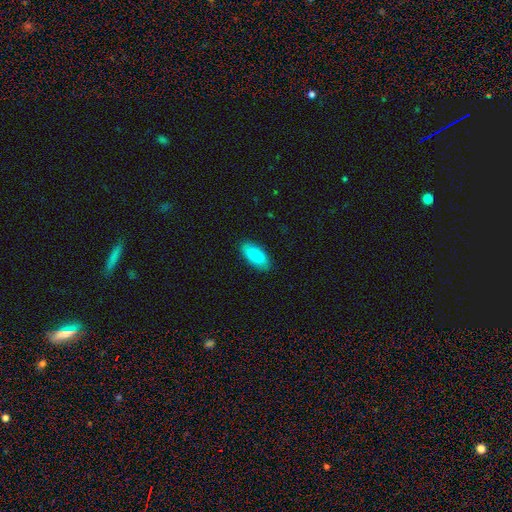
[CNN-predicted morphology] smooth-or-featured: smooth: 89% | star or artifact: 6% | featured or disk: 5%
  how-rounded: in between: 88% | cigar-shaped: 10% | round: 2%
  merging: none: 84% | minor disturbance: 13% | major disturbance: 3% | merger: 1%